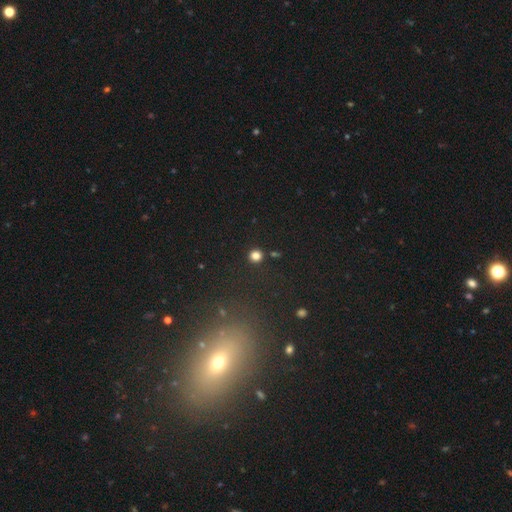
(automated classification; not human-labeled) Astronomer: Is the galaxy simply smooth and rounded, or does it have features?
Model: smooth — 80%.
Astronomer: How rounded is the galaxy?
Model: round — 91%.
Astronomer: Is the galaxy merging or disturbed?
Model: none — 88%.